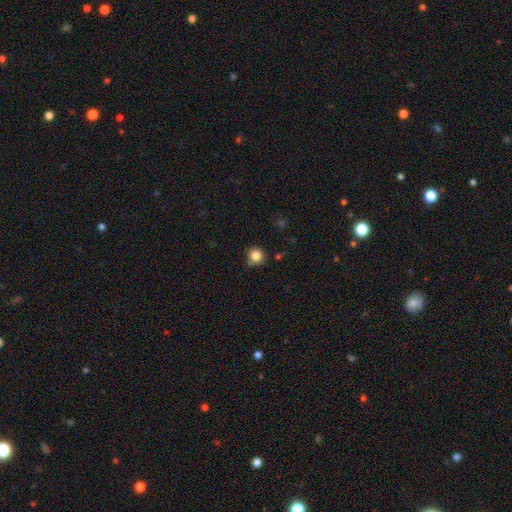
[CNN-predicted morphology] type=smooth (84%); roundness=round (93%); merging=none (77%).